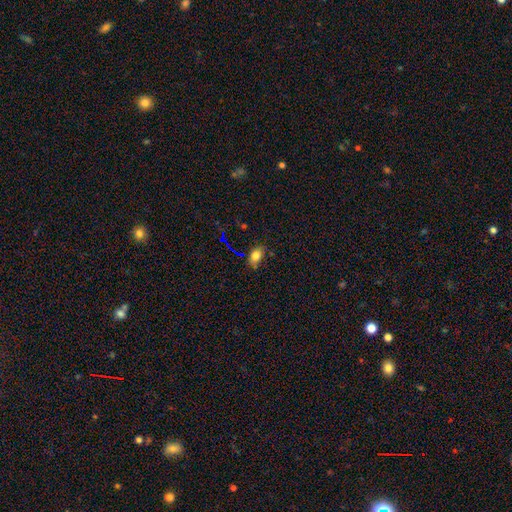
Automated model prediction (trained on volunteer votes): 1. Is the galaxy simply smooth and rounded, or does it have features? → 77% smooth, 13% star or artifact, 9% featured or disk.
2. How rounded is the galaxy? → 80% in between, 17% round, 2% cigar-shaped.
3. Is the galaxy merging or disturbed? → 72% none, 21% minor disturbance, 4% major disturbance, 3% merger.